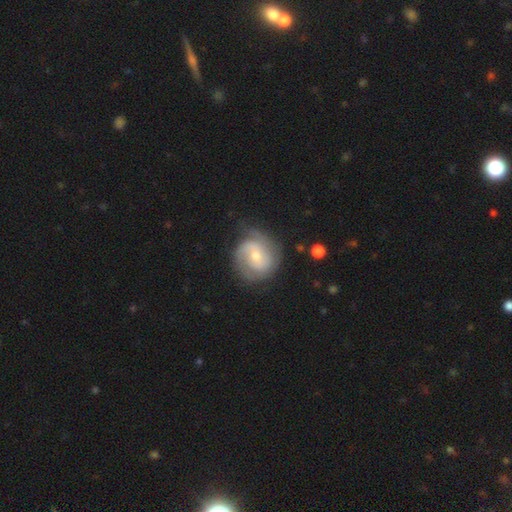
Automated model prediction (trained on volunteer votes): Smooth or featured? Predicted: featured or disk (p=0.73). Edge-on disk? Predicted: no (p=0.98). Bar? Predicted: no (p=0.50). Spiral arms? Predicted: yes (p=0.92). Spiral winding? Predicted: tight (p=0.43). Spiral arm count? Predicted: 2 (p=0.58). Bulge size? Predicted: moderate (p=0.49). Merging? Predicted: none (p=0.65).